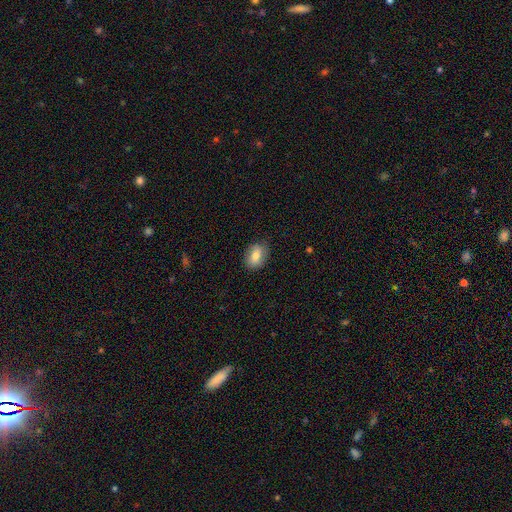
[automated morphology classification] This is likely a smooth galaxy (78%). How rounded: likely in between (77%). Merging: clearly none (84%).